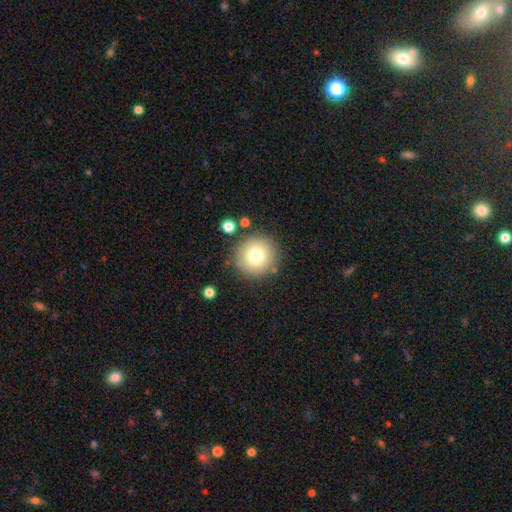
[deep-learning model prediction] smooth_or_featured: smooth (p=0.78) [alt: featured or disk p=0.12]
how_rounded: round (p=0.95) [alt: in between p=0.04]
merging: none (p=0.85) [alt: minor disturbance p=0.08]